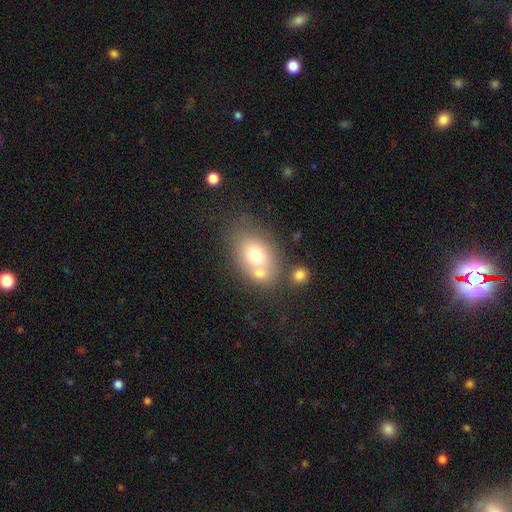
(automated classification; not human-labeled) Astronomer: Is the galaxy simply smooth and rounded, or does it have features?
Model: smooth — 70%.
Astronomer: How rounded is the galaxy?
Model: in between — 68%.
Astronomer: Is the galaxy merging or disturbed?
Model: none — 43% (runner-up: merger, 37%).